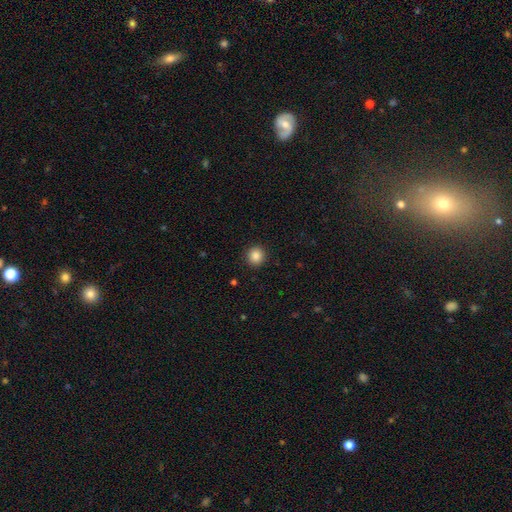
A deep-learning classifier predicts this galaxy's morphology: Smooth or featured?
  - smooth: 86% *
  - star or artifact: 10%
  - featured or disk: 4%
How rounded?
  - round: 91% *
  - in between: 8%
  - cigar-shaped: 1%
Merging?
  - none: 92% *
  - minor disturbance: 5%
  - major disturbance: 2%
  - merger: 1%